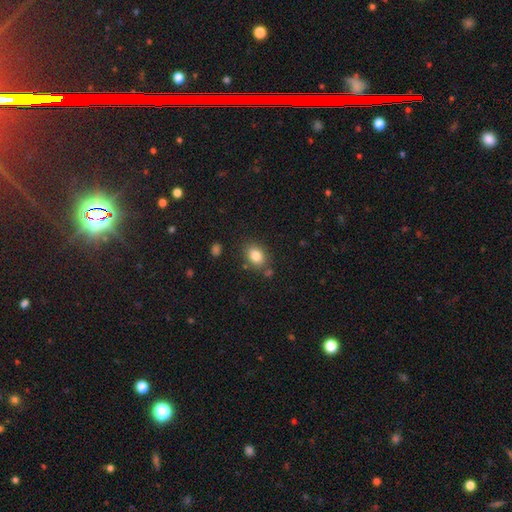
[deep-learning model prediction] Overall: smooth (83%). How rounded: in between (67%; round 31%). Merging: none (78%).